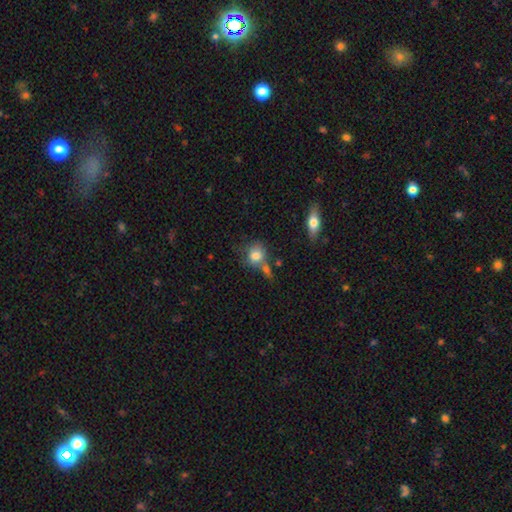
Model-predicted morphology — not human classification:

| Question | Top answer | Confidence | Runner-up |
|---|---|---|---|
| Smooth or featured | smooth | 79% | featured or disk (12%) |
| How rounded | round | 67% | in between (31%) |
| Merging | none | 44% | merger (26%) |